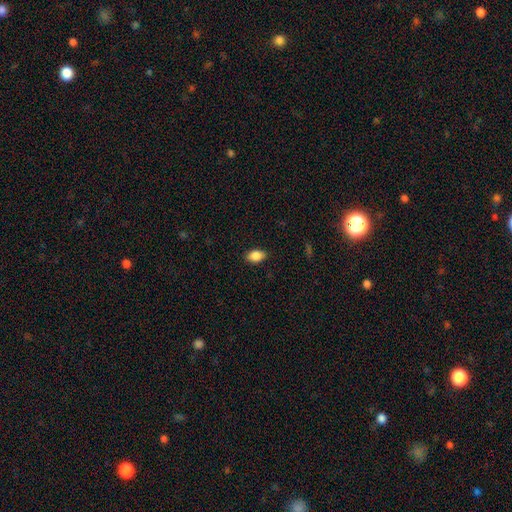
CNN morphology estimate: smooth_or_featured: smooth (p=0.87) [alt: star or artifact p=0.08]
how_rounded: in between (p=0.86) [alt: round p=0.12]
merging: none (p=0.88) [alt: minor disturbance p=0.09]